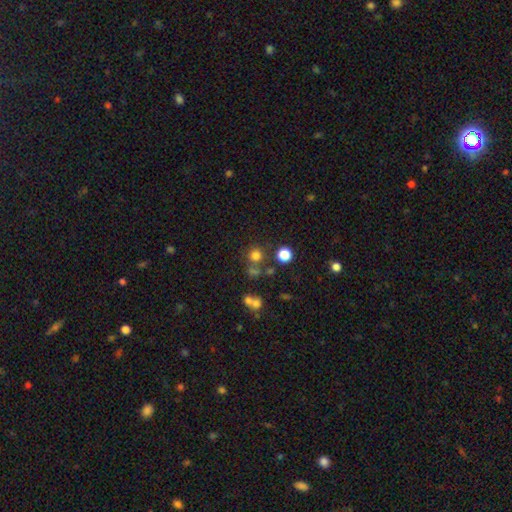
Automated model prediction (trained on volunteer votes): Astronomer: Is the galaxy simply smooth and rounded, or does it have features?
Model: smooth — 73%.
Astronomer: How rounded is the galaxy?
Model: round — 91%.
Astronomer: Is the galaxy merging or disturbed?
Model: none — 70%.